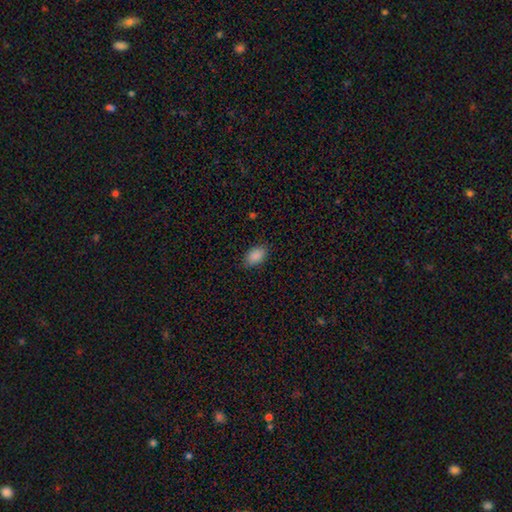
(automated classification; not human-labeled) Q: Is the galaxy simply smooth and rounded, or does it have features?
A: smooth — 89%.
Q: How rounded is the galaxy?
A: in between — 89%.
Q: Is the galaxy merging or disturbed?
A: none — 85%.